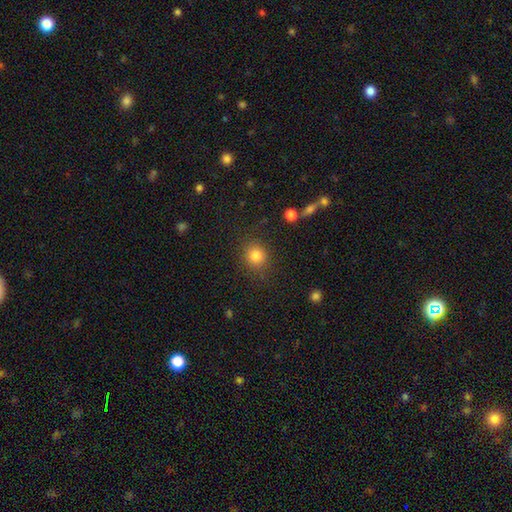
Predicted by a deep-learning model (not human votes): The model was most divided on "how rounded": round: 84%, in between: 15%, cigar-shaped: 1%. More confident: merging — none (84%); smooth or featured — smooth (82%).